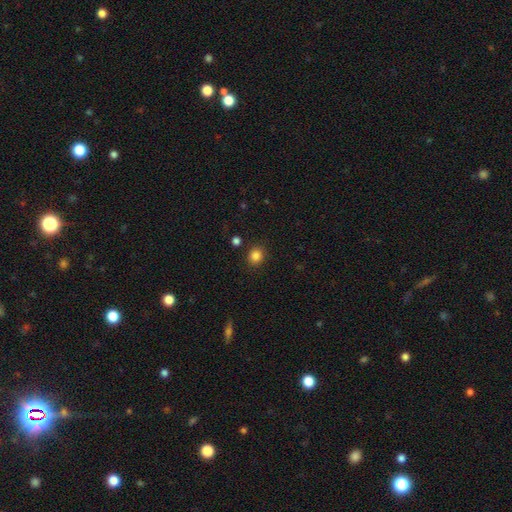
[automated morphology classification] smooth-or-featured: smooth: 84% | star or artifact: 12% | featured or disk: 4%
  how-rounded: round: 78% | in between: 21% | cigar-shaped: 1%
  merging: none: 87% | minor disturbance: 8% | merger: 3% | major disturbance: 2%